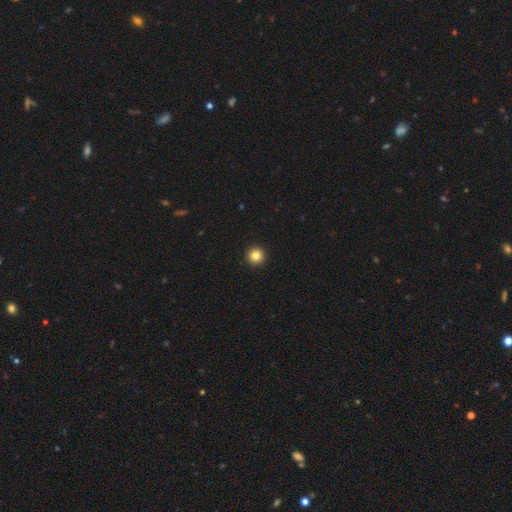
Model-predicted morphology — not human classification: This is clearly a smooth galaxy (83%). How rounded: clearly round (96%). Merging: clearly none (94%).